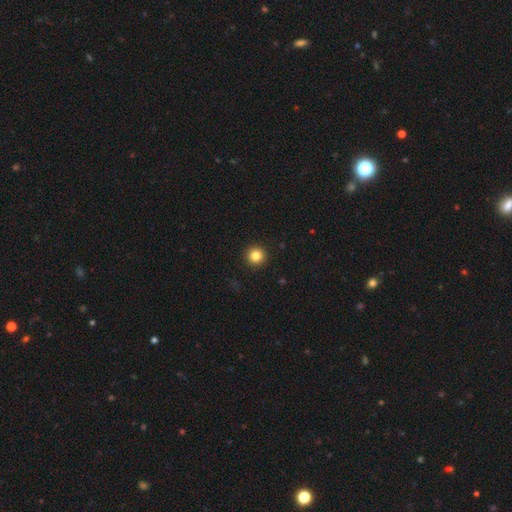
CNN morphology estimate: This is clearly a smooth galaxy (83%). How rounded: clearly round (96%). Merging: clearly none (94%).